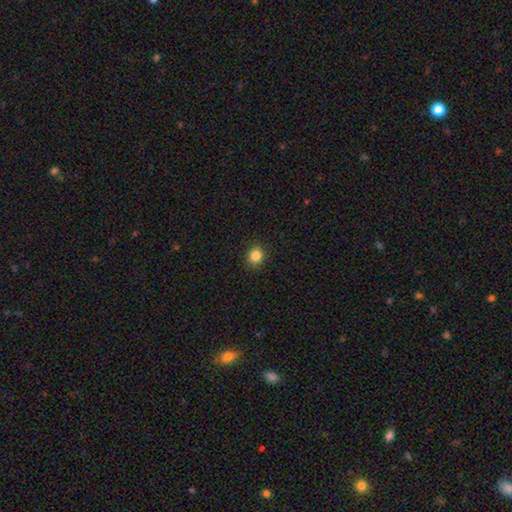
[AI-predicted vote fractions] smooth-or-featured: smooth: 86% | star or artifact: 11% | featured or disk: 4%
  how-rounded: round: 82% | in between: 18% | cigar-shaped: 1%
  merging: none: 90% | minor disturbance: 7% | major disturbance: 2% | merger: 1%